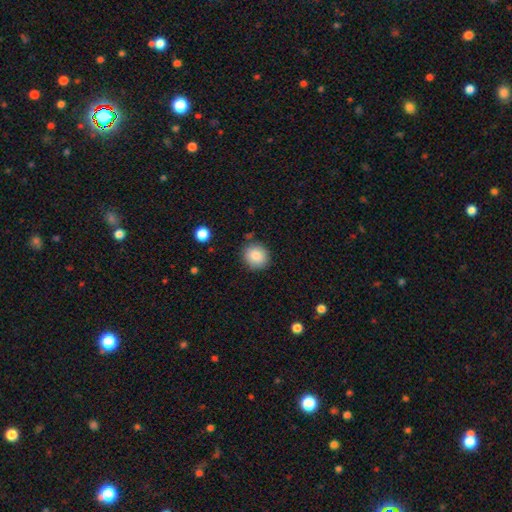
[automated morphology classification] type=smooth (86%); roundness=round (87%); merging=none (85%).